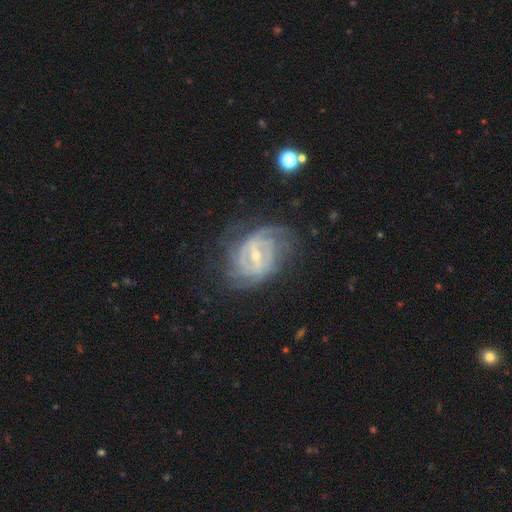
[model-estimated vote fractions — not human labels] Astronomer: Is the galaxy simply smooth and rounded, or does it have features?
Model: featured or disk — 89%.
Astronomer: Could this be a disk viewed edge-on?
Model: no — 96%.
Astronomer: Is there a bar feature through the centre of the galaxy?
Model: weak — 46% (runner-up: strong, 40%).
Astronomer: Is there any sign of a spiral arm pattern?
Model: yes — 95%.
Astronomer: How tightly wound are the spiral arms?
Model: tight — 58%.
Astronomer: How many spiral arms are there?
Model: can't tell — 32% (runner-up: 2, 26%).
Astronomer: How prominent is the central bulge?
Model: small — 61%.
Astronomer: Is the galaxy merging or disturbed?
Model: none — 66%.